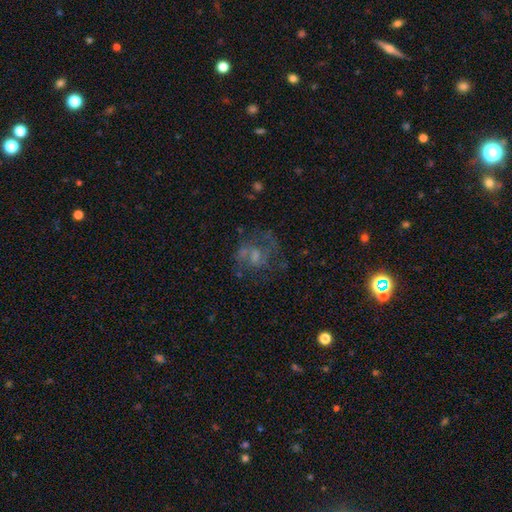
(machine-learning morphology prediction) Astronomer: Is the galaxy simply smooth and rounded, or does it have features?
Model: featured or disk — 57%.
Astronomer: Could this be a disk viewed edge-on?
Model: no — 97%.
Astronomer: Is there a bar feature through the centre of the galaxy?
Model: no — 55% (runner-up: weak, 37%).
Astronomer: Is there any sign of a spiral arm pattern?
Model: yes — 56% (runner-up: no, 44%).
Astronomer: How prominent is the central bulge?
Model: none — 32% (runner-up: moderate, 31%).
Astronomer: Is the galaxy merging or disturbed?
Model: none — 47% (runner-up: major disturbance, 29%).